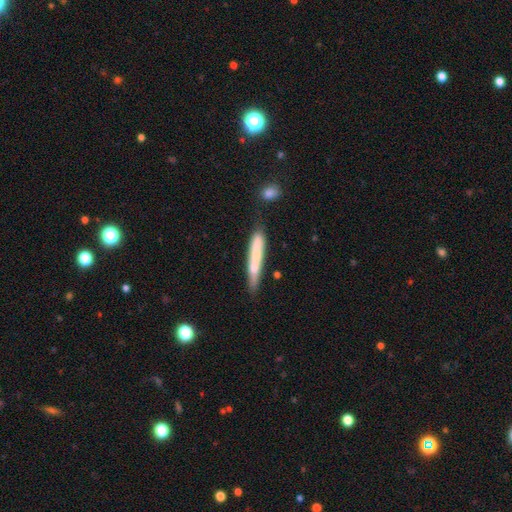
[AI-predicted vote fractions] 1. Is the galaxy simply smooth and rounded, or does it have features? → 61% smooth, 32% featured or disk, 7% star or artifact.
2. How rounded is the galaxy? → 94% cigar-shaped, 4% in between, 1% round.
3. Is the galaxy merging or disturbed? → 69% none, 20% minor disturbance, 7% merger, 5% major disturbance.